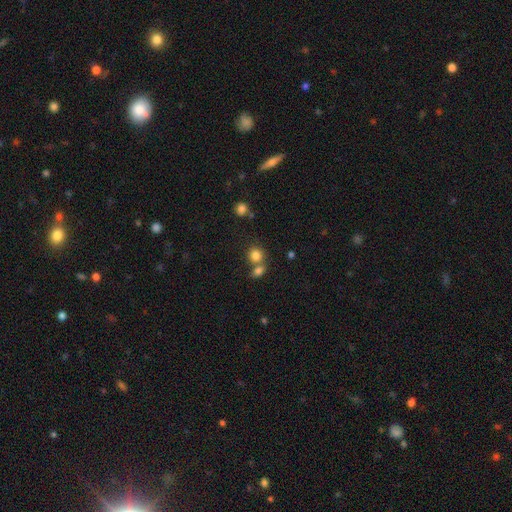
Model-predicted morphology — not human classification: Smooth or featured? smooth (81%)
How rounded? round (80%)
Merging? none (51%)